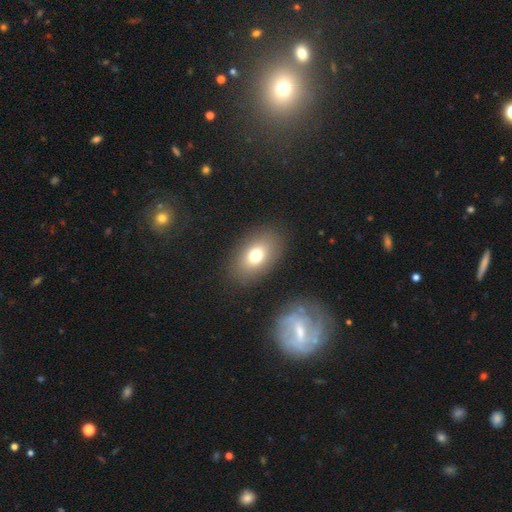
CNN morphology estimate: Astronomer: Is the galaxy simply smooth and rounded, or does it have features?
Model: smooth — 74%.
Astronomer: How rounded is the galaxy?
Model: in between — 83%.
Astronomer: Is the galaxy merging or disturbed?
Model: none — 85%.